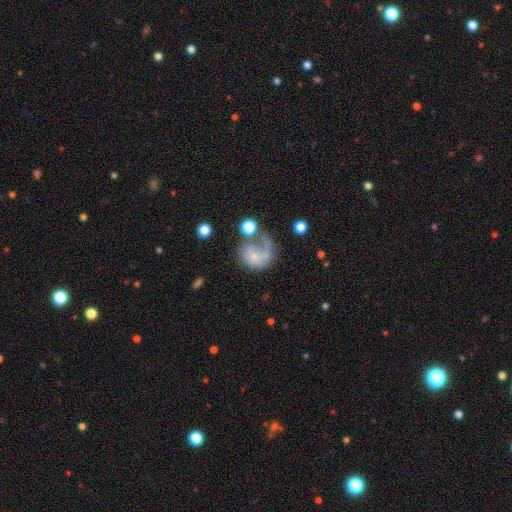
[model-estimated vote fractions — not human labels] A smooth galaxy with no disk features (51%) that is round (61%). Merging: major disturbance (40%).